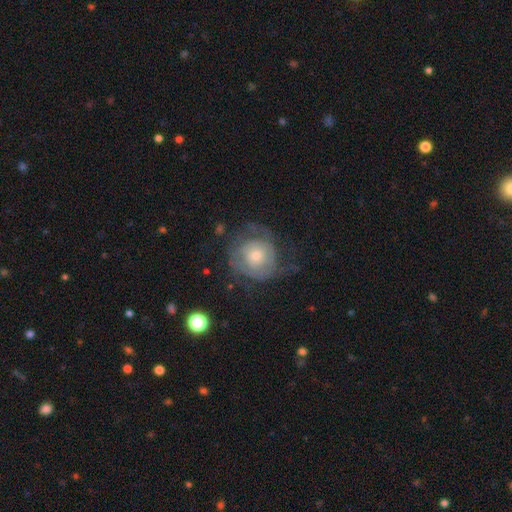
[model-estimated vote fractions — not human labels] smooth-or-featured: featured or disk: 69% | smooth: 24% | star or artifact: 7%
  disk-edge-on: no: 97% | yes: 3%
    bar: no: 81% | weak: 16% | strong: 3%
    has-spiral-arms: yes: 81% | no: 19%
      spiral-winding: tight: 59% | medium: 28% | loose: 12%
      spiral-arm-count: can't tell: 40% | 2: 35% | 3: 11% | 1: 6% | 4: 4% | more than 4: 4%
    bulge-size: small: 48% | moderate: 44% | large: 4% | none: 2% | dominant: 1%
  merging: none: 57% | minor disturbance: 21% | major disturbance: 20% | merger: 2%